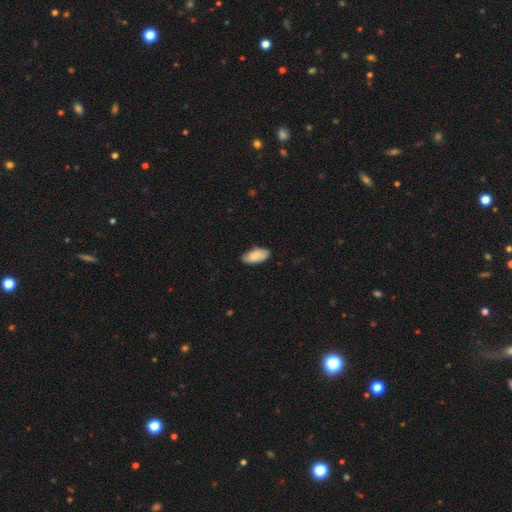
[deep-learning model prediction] smooth-or-featured: smooth: 81% | featured or disk: 13% | star or artifact: 6%
  how-rounded: in between: 94% | cigar-shaped: 4% | round: 2%
  merging: none: 81% | minor disturbance: 16% | major disturbance: 2% | merger: 1%